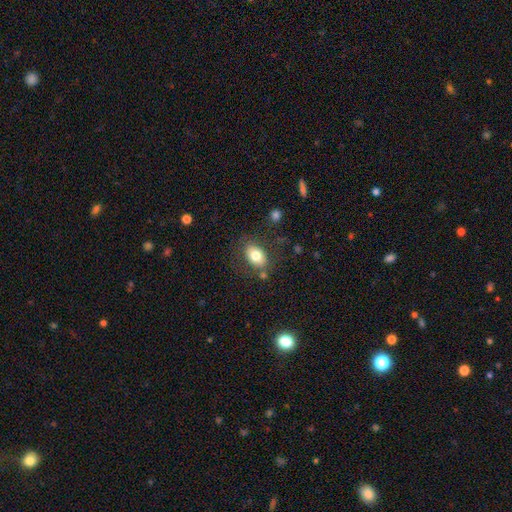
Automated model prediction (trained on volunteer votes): Smooth or featured?
  - smooth: 78% *
  - featured or disk: 14%
  - star or artifact: 8%
How rounded?
  - in between: 81% *
  - round: 18%
  - cigar-shaped: 1%
Merging?
  - none: 76% *
  - minor disturbance: 14%
  - major disturbance: 5%
  - merger: 5%